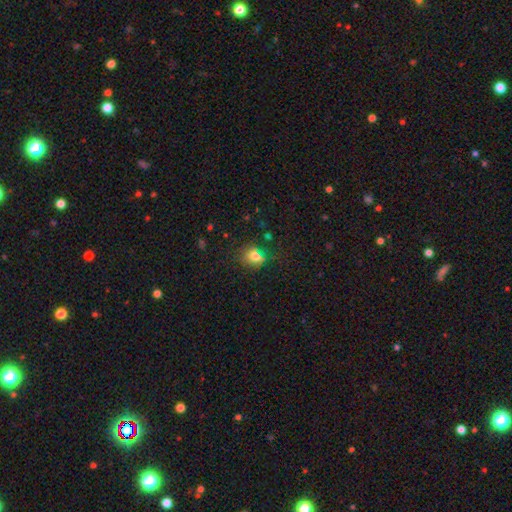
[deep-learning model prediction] Smooth or featured? Predicted: smooth (p=0.72). How rounded? Predicted: round (p=0.63). Merging? Predicted: none (p=0.72).